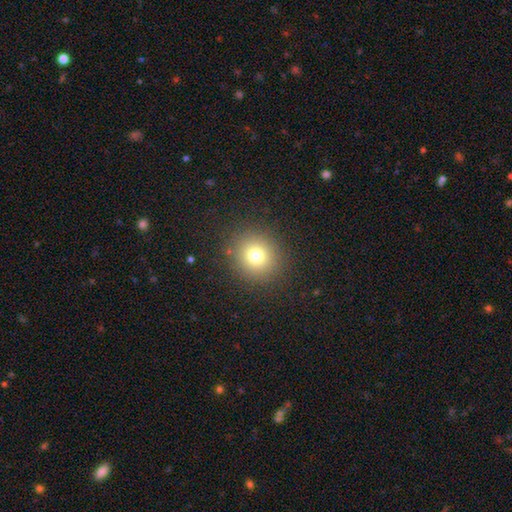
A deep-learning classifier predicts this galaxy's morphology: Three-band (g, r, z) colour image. It shows a smooth galaxy with no disk features (75%) that is round (89%). Merging: none (88%).